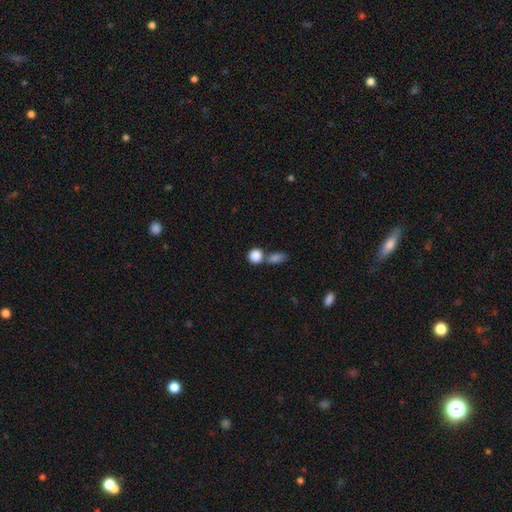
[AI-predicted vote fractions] The model was most divided on "merging": none: 46%, merger: 42%, minor disturbance: 8%, major disturbance: 4%. More confident: smooth or featured — smooth (86%); how rounded — round (78%).